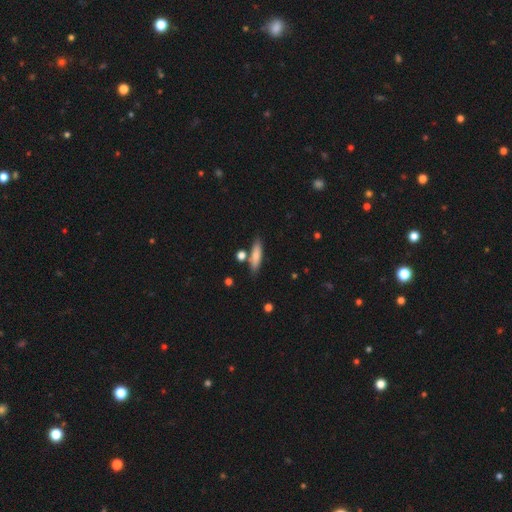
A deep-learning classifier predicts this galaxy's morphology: smooth_or_featured: smooth (p=0.78) [alt: featured or disk p=0.16]
how_rounded: cigar-shaped (p=0.70) [alt: in between p=0.28]
merging: none (p=0.78) [alt: minor disturbance p=0.11]